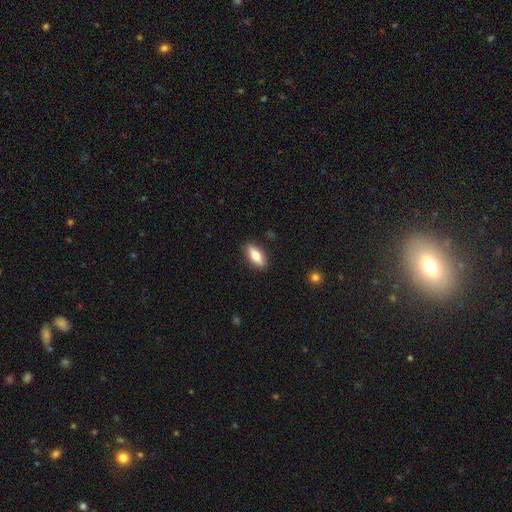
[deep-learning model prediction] This is likely a smooth galaxy (71%). How rounded: likely in between (71%). Merging: clearly none (88%).